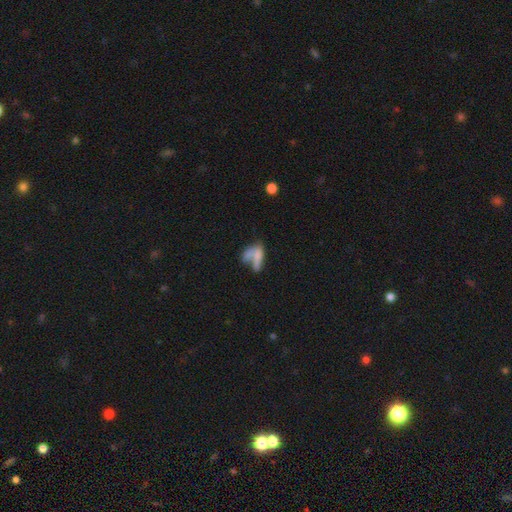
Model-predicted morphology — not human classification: A smooth galaxy with no disk features (61%) that is in between round and cigar-shaped (59%). Merging: merger (41%).